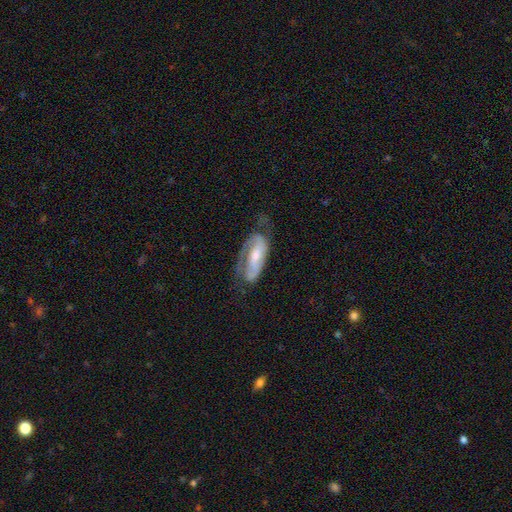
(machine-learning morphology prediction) This is likely a featured or disk galaxy (74%). It is clearly not viewed edge-on (92%). Bar: marginally weak (37%). Spiral arm pattern: clearly yes (88%). Spiral arm count: likely 2 (64%). Spiral winding: marginally medium (43%). Central bulge: possibly moderate (51%). Merging: possibly none (46%).